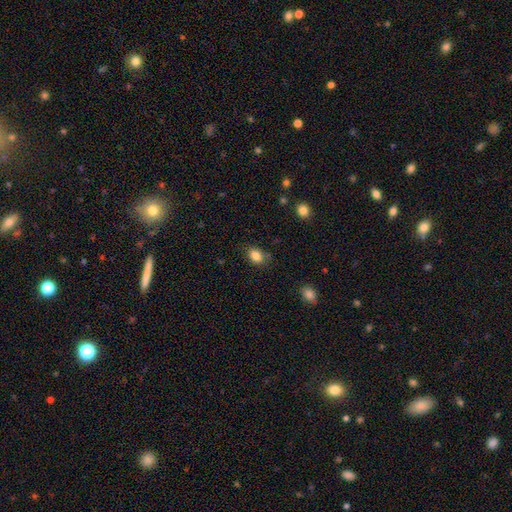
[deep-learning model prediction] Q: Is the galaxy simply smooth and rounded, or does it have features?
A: smooth — 85%.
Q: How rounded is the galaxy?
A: in between — 74%.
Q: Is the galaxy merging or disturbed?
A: none — 75%.